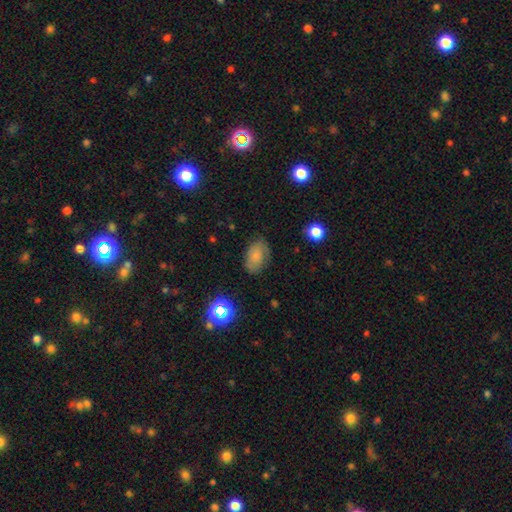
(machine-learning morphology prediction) Smooth or featured?
  - smooth: 69% *
  - featured or disk: 19%
  - star or artifact: 11%
How rounded?
  - in between: 87% *
  - round: 12%
  - cigar-shaped: 1%
Merging?
  - none: 73% *
  - minor disturbance: 19%
  - major disturbance: 6%
  - merger: 2%